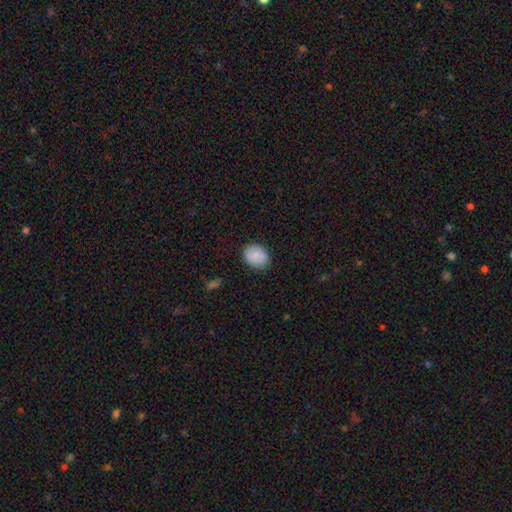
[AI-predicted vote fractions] smooth_or_featured: smooth (p=0.85) [alt: featured or disk p=0.07]
how_rounded: round (p=0.52) [alt: in between p=0.47]
merging: none (p=0.85) [alt: minor disturbance p=0.11]